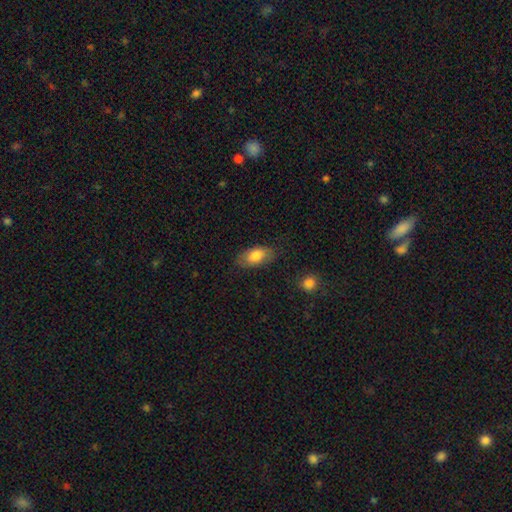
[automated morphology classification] This appears to be a smooth galaxy with no disk features (80%) that is in between round and cigar-shaped (92%). Merging: none (81%).